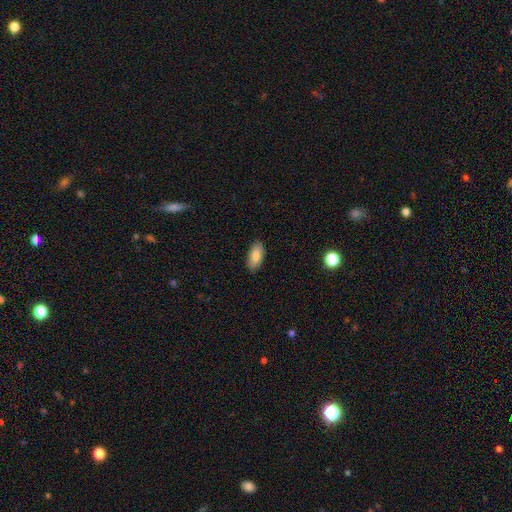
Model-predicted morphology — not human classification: A smooth galaxy with no disk features (81%) that is in between round and cigar-shaped (91%). Merging: none (86%).